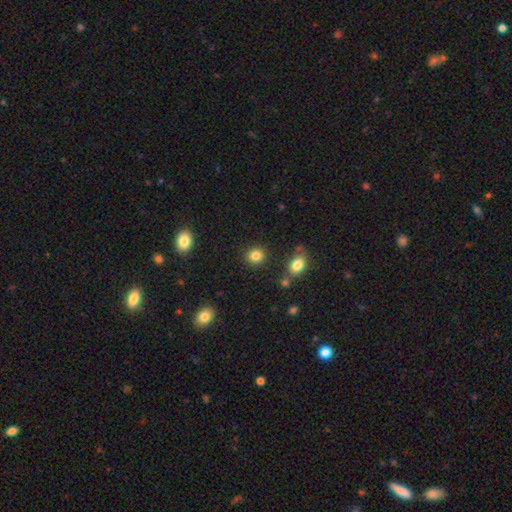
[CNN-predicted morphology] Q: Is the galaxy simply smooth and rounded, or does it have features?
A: smooth — 85%.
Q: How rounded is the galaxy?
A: round — 87%.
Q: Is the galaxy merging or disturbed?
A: none — 88%.